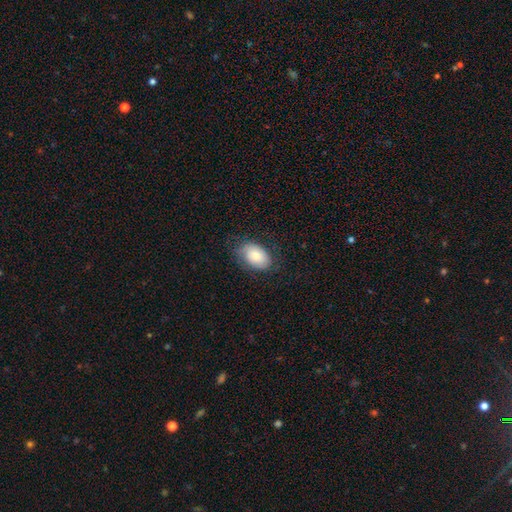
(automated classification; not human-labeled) smooth 79%, featured or disk 14%, star or artifact 7%. Down the decision tree: how rounded — in between (90%); merging — none (74%).